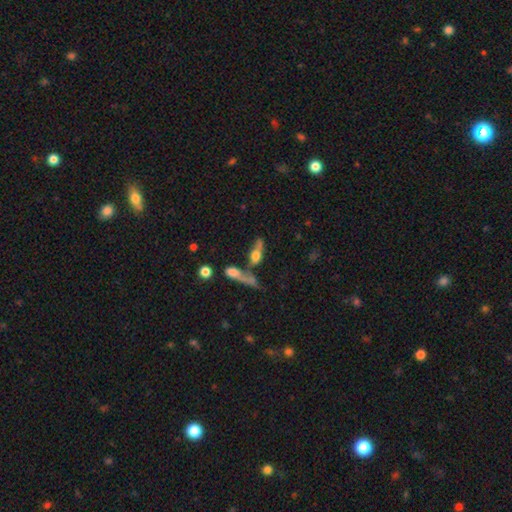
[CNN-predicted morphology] A featured or disk galaxy (47%).

Vote fractions:
- Smooth or featured? featured or disk: 47% / smooth: 41% / star or artifact: 12%
- Merging? merger: 41% / none: 34% / major disturbance: 13% / minor disturbance: 12%